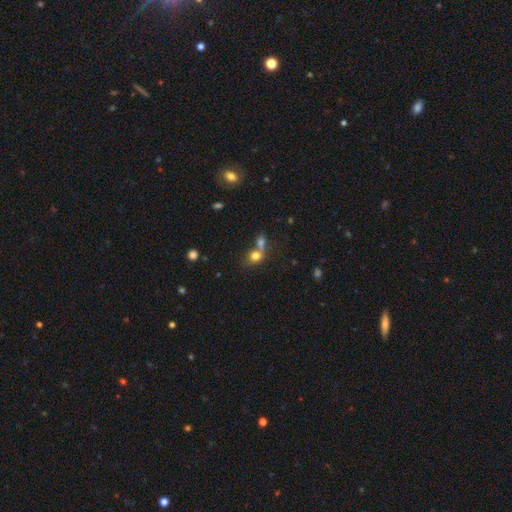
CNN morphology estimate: Smooth or featured?
  - smooth: 76% *
  - star or artifact: 13%
  - featured or disk: 12%
How rounded?
  - round: 64% *
  - in between: 34%
  - cigar-shaped: 2%
Merging?
  - merger: 55% *
  - none: 31%
  - minor disturbance: 8%
  - major disturbance: 5%